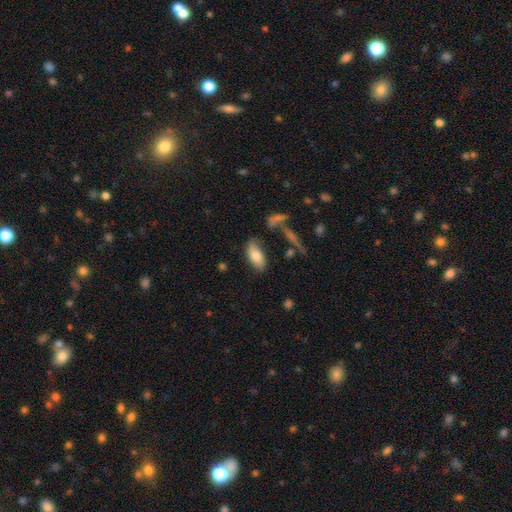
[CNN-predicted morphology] Q: Smooth or featured?
A: smooth (77%); runner-up: featured or disk (15%)
Q: How rounded?
A: in between (87%); runner-up: cigar-shaped (11%)
Q: Merging?
A: none (75%); runner-up: minor disturbance (15%)